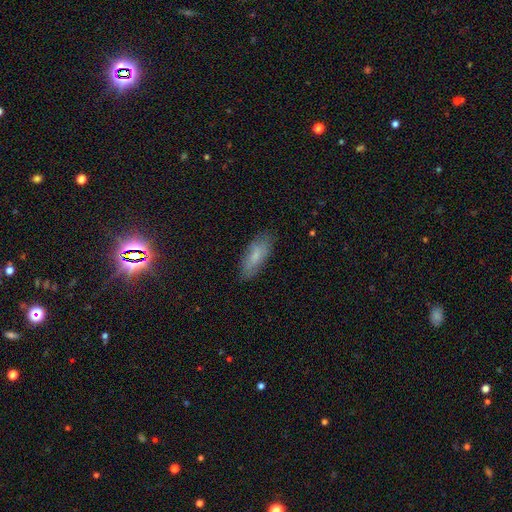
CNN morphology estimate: Smooth or featured: smooth — 69% (featured or disk — 23%)
How rounded: in between — 72% (cigar-shaped — 26%)
Merging: none — 78% (minor disturbance — 17%)